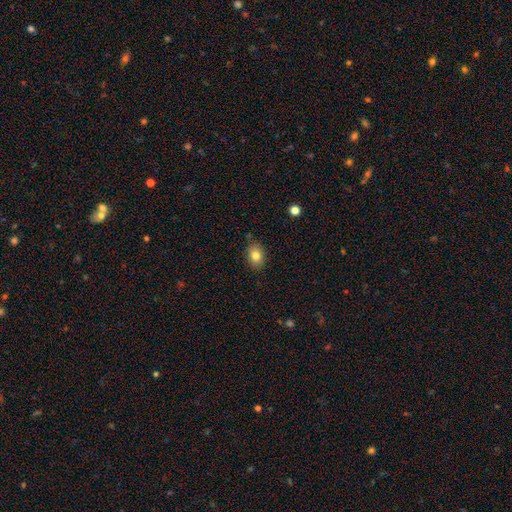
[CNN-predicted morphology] Smooth or featured?
  - smooth: 81% *
  - featured or disk: 10%
  - star or artifact: 9%
How rounded?
  - in between: 68% *
  - round: 31%
  - cigar-shaped: 1%
Merging?
  - none: 85% *
  - minor disturbance: 11%
  - major disturbance: 2%
  - merger: 2%